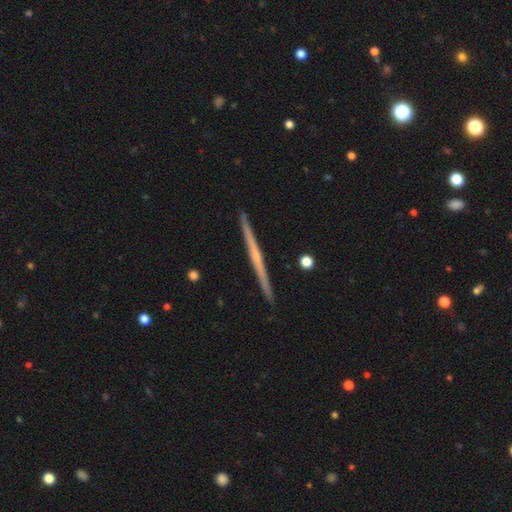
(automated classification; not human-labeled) Smooth or featured: featured or disk — 74% (smooth — 21%)
Edge-on disk: yes — 98% (no — 2%)
Edge-on bulge: none — 59% (rounded — 35%)
Merging: none — 92% (minor disturbance — 5%)